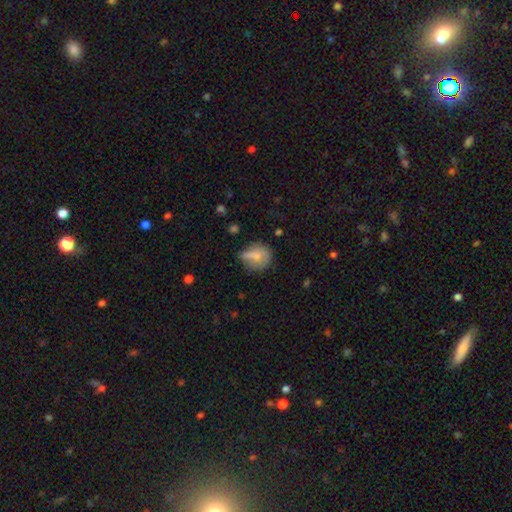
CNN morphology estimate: type=smooth (69%); roundness=round (66%); merging=none (46%).